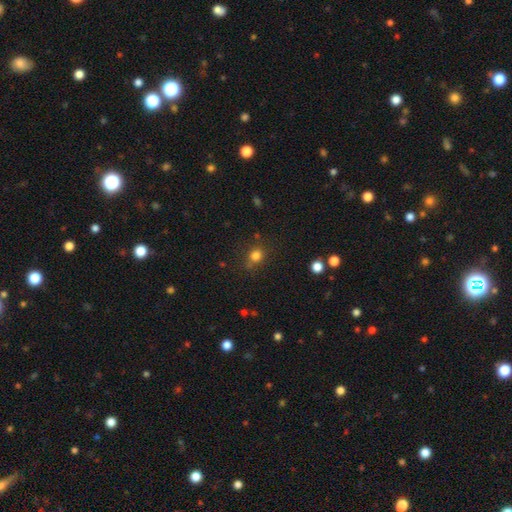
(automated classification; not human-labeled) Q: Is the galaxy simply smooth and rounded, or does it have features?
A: smooth — 80%.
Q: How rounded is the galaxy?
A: round — 71%.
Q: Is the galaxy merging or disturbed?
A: none — 73%.